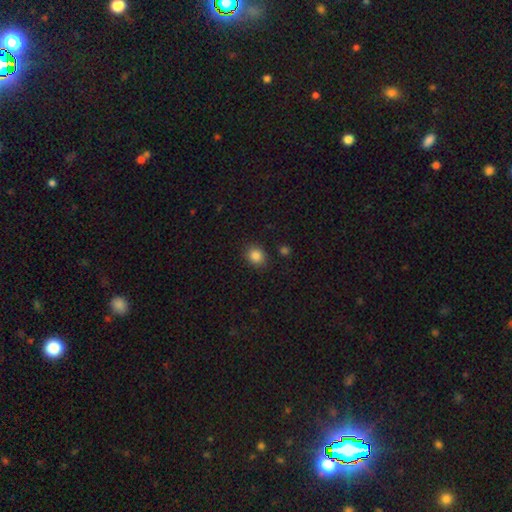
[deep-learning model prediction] Smooth or featured: smooth — 85% (star or artifact — 10%)
How rounded: round — 67% (in between — 32%)
Merging: none — 86% (minor disturbance — 9%)